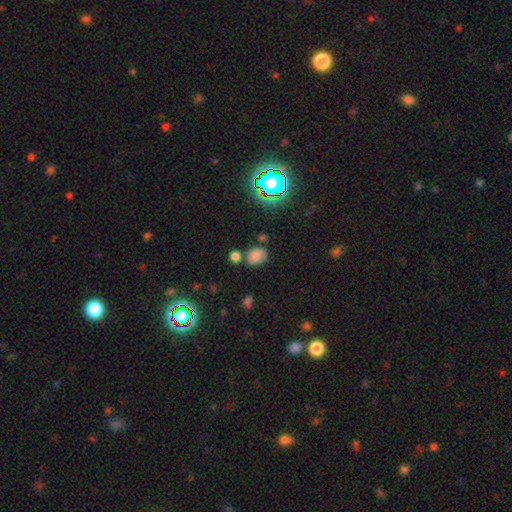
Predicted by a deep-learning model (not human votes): This appears to be a smooth galaxy with no disk features (70%) that is in between round and cigar-shaped (58%). Merging: none (60%).